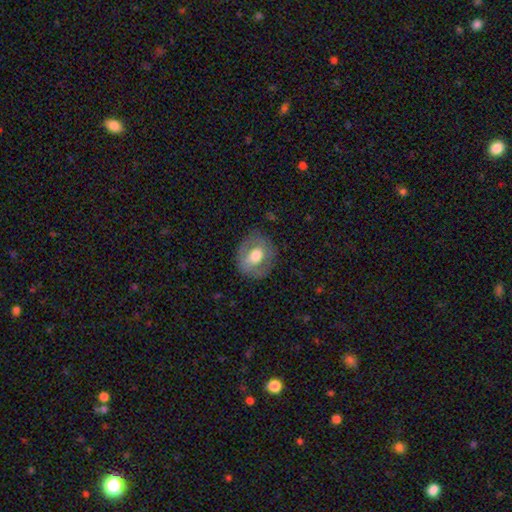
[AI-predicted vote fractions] Morphology: type=smooth (54%); roundness=round (66%); merging=none (77%).